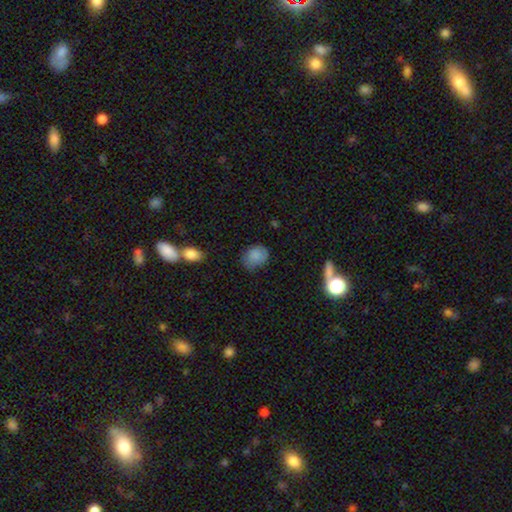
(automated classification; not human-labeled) This is clearly a smooth galaxy (84%). How rounded: possibly in between (59%). Merging: likely none (69%).